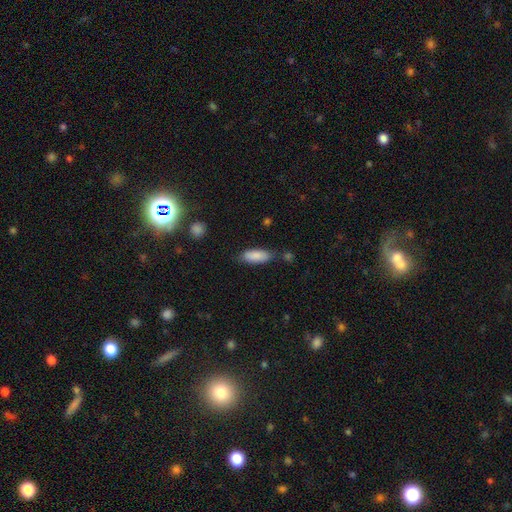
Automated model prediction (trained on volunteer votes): A smooth galaxy with no disk features (87%) that is in between round and cigar-shaped (75%).

Vote fractions:
- Smooth or featured? smooth: 87% / featured or disk: 7% / star or artifact: 6%
- How rounded? in between: 75% / cigar-shaped: 23% / round: 2%
- Merging? none: 72% / minor disturbance: 19% / merger: 5% / major disturbance: 4%